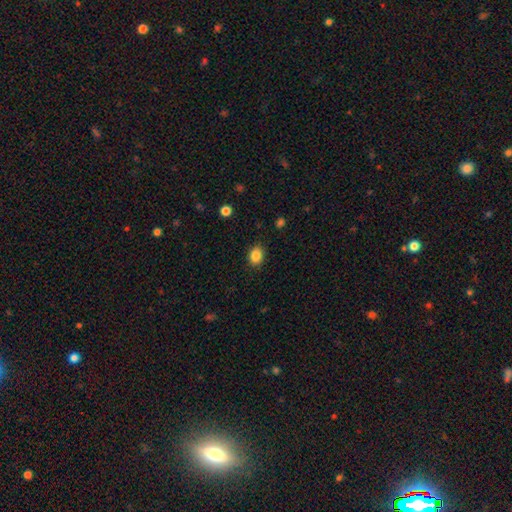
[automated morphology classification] This appears to be a smooth galaxy with no disk features (86%) that is in between round and cigar-shaped (54%). Merging: none (87%).